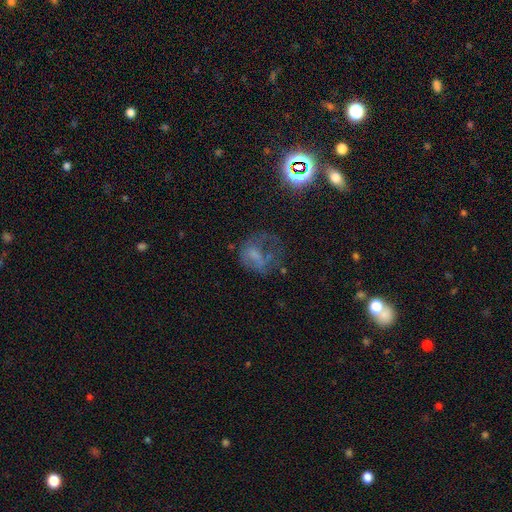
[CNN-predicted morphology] This appears to be a smooth galaxy with no disk features (38%). Merging: major disturbance (41%).